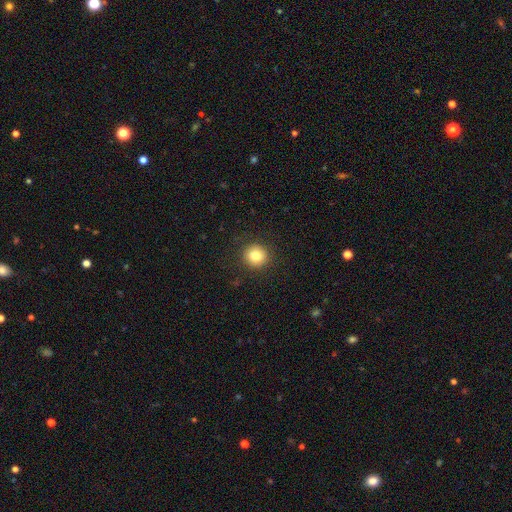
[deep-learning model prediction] Smooth or featured? Predicted: smooth (p=0.82). How rounded? Predicted: round (p=0.93). Merging? Predicted: none (p=0.91).